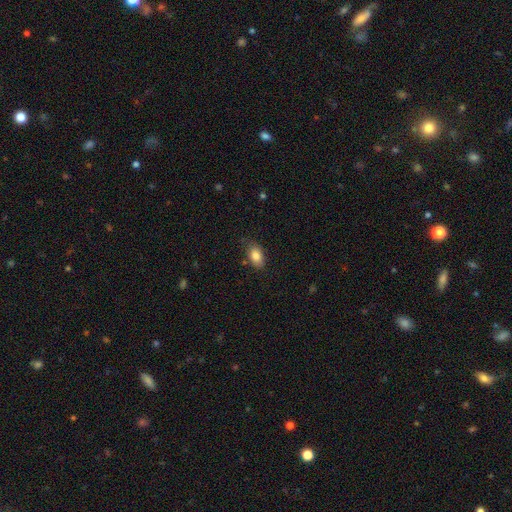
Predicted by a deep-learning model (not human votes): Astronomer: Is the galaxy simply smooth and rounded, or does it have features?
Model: smooth — 85%.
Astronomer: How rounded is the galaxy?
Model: in between — 91%.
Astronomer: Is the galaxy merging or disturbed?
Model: none — 77%.